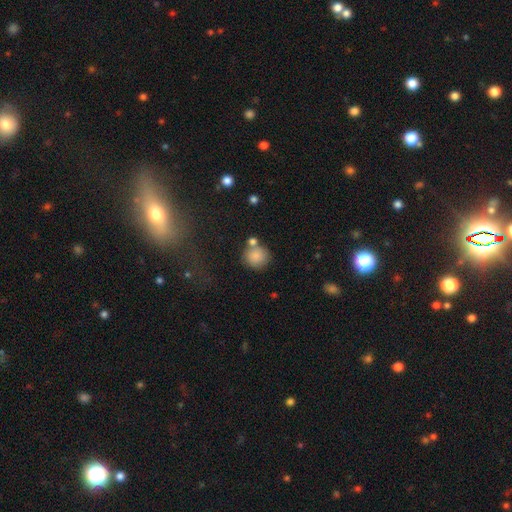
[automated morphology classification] Smooth or featured: smooth — 84% (star or artifact — 9%)
How rounded: round — 89% (in between — 10%)
Merging: none — 64% (merger — 19%)